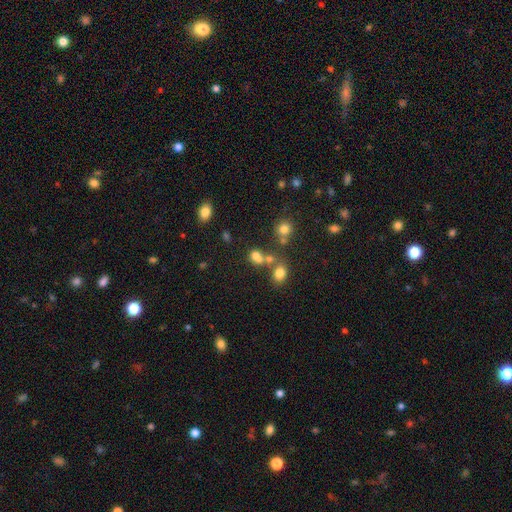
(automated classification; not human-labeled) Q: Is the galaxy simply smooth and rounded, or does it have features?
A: smooth — 70%.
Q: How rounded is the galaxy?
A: in between — 51%.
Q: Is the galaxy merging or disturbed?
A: none — 43%.